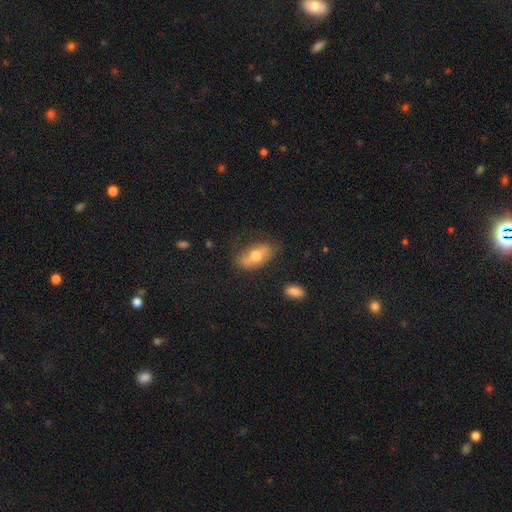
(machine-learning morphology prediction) Q: Smooth or featured?
A: smooth (51%); runner-up: featured or disk (42%)
Q: How rounded?
A: in between (87%); runner-up: cigar-shaped (7%)
Q: Merging?
A: none (68%); runner-up: minor disturbance (22%)